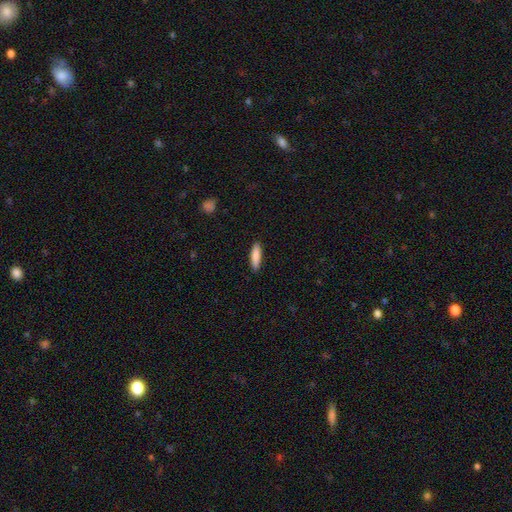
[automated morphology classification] A smooth galaxy with no disk features (86%) that is cigar-shaped (71%). Merging: none (89%).